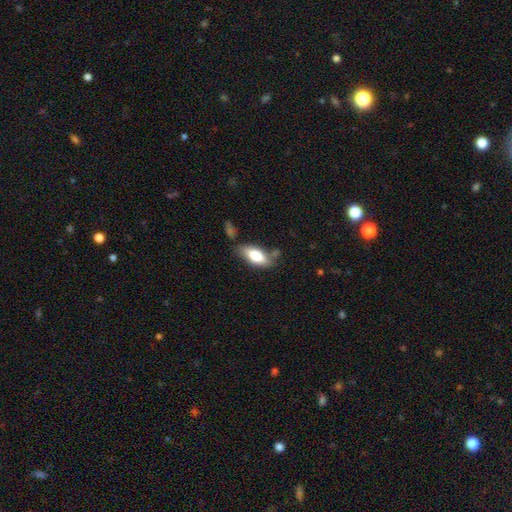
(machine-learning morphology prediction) Smooth or featured: smooth — 75% (featured or disk — 18%)
How rounded: in between — 85% (cigar-shaped — 12%)
Merging: none — 64% (minor disturbance — 21%)